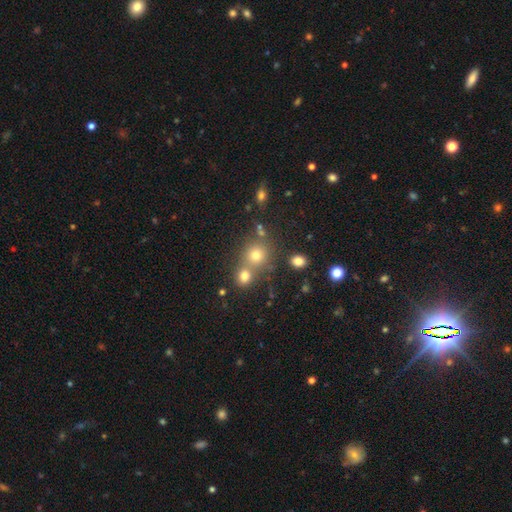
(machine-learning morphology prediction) A smooth galaxy with no disk features (66%) that is round (86%). Merging: none (57%).